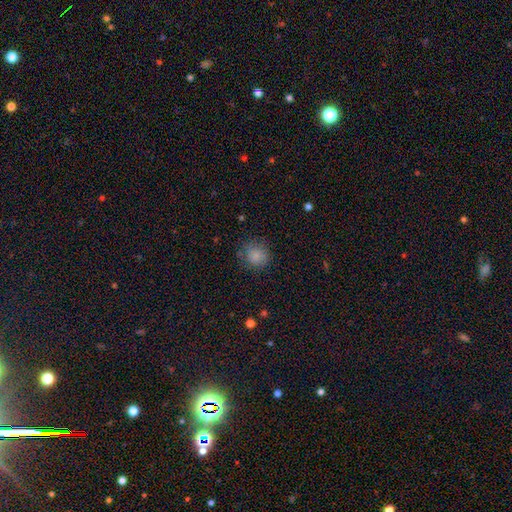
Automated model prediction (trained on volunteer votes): Q: Smooth or featured?
A: smooth (83%); runner-up: star or artifact (10%)
Q: How rounded?
A: round (83%); runner-up: in between (16%)
Q: Merging?
A: none (76%); runner-up: minor disturbance (17%)